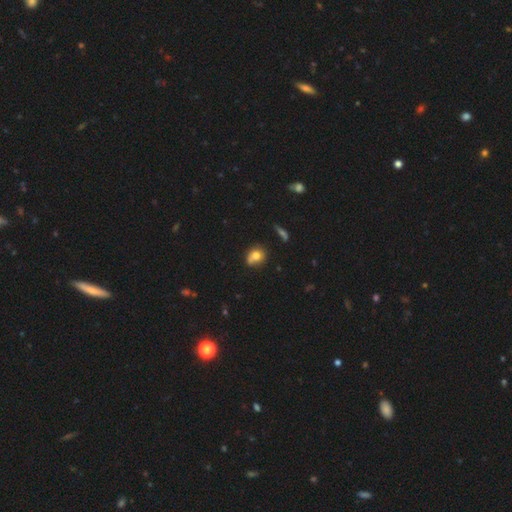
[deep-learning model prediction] Q: Smooth or featured?
A: smooth (75%); runner-up: featured or disk (14%)
Q: How rounded?
A: round (57%); runner-up: in between (42%)
Q: Merging?
A: none (50%); runner-up: minor disturbance (27%)